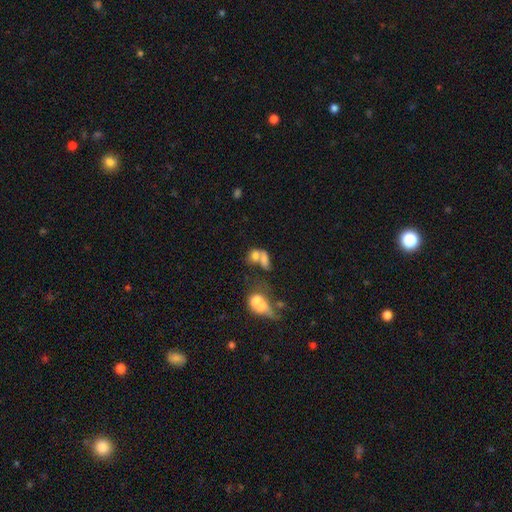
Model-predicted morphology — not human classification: Smooth or featured? smooth (66%)
How rounded? in between (65%)
Merging? merger (58%)